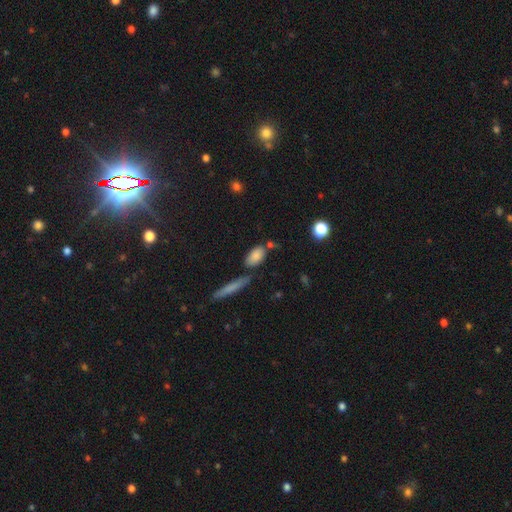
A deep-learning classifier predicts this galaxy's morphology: This appears to be a smooth galaxy with no disk features (82%) that is in between round and cigar-shaped (86%). Merging: none (63%).